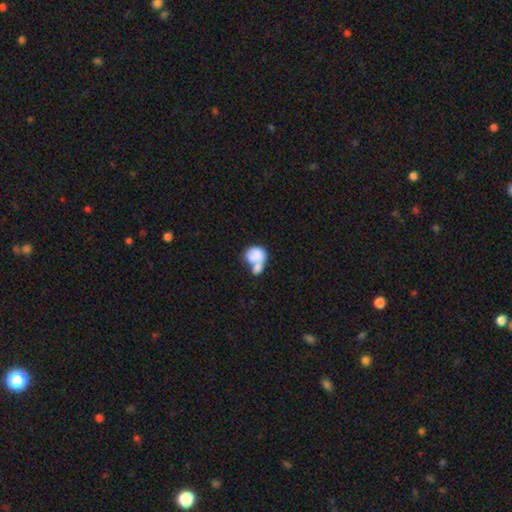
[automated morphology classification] smooth 76%, featured or disk 17%, star or artifact 7%. Down the decision tree: how rounded — in between (50%); merging — merger (65%).